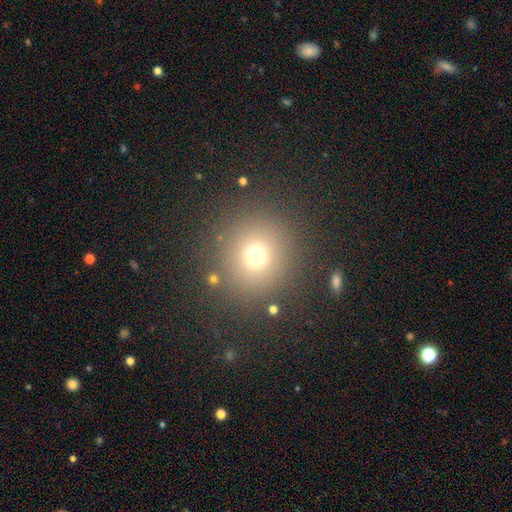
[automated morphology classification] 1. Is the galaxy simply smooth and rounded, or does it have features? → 72% smooth, 19% star or artifact, 9% featured or disk.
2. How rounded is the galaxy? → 93% round, 6% in between, 1% cigar-shaped.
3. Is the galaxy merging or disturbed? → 87% none, 7% minor disturbance, 4% major disturbance, 3% merger.